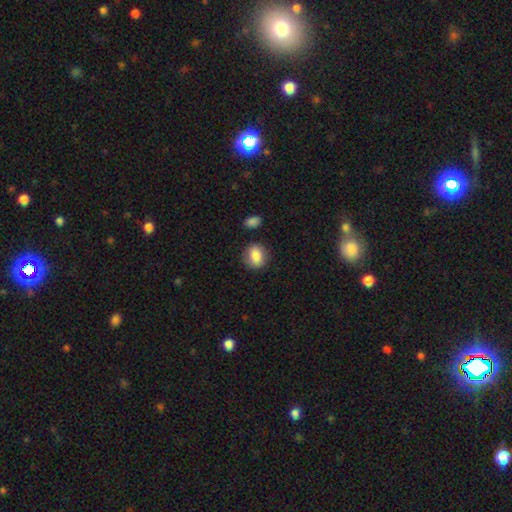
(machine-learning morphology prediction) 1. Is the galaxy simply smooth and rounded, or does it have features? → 84% smooth, 9% featured or disk, 8% star or artifact.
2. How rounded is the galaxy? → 53% round, 45% in between, 2% cigar-shaped.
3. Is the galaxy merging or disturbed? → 81% none, 12% minor disturbance, 3% merger, 3% major disturbance.